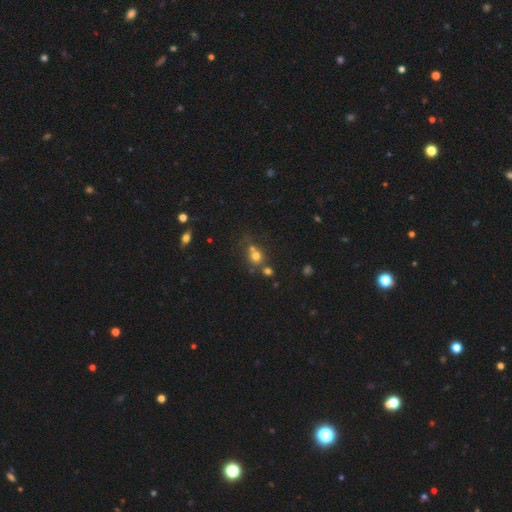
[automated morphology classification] Smooth or featured? smooth (68%)
How rounded? round (81%)
Merging? none (48%)